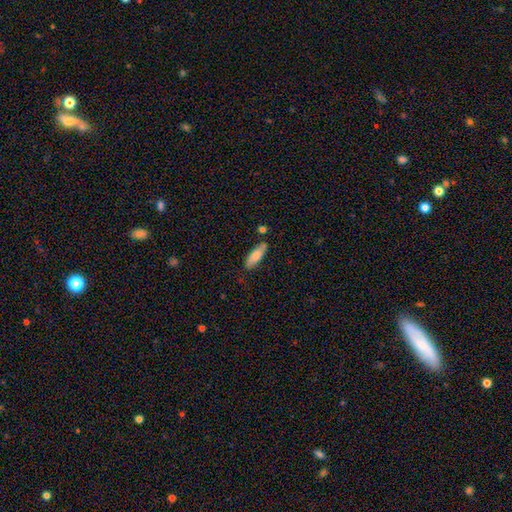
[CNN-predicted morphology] Smooth or featured?
  - smooth: 79% *
  - featured or disk: 15%
  - star or artifact: 6%
How rounded?
  - in between: 58% *
  - cigar-shaped: 41%
  - round: 2%
Merging?
  - none: 73% *
  - minor disturbance: 17%
  - merger: 7%
  - major disturbance: 3%